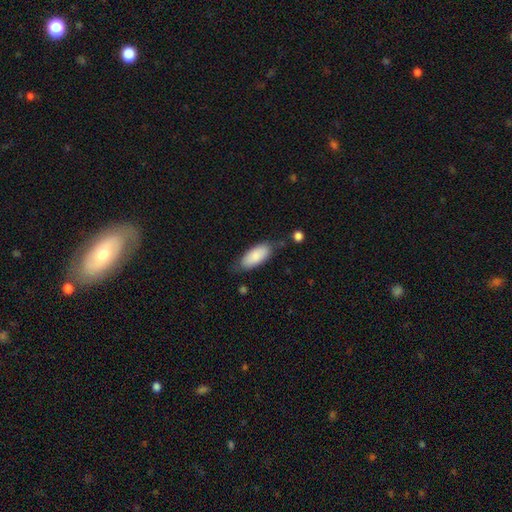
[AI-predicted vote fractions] A smooth galaxy with no disk features (86%) that is in between round and cigar-shaped (84%). Merging: none (71%).